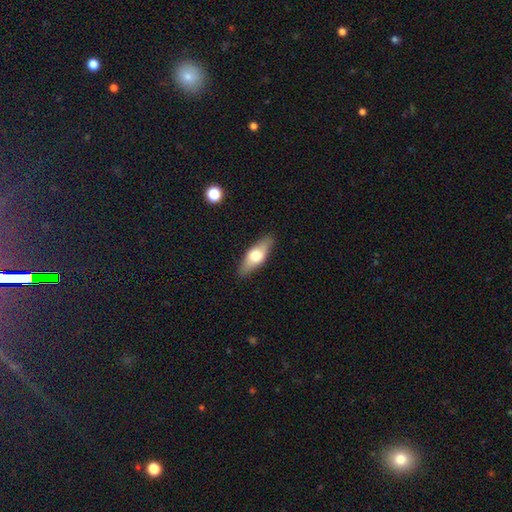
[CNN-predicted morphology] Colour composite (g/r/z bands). It shows a smooth galaxy with no disk features (56%) that is in between round and cigar-shaped (64%). Merging: none (87%).